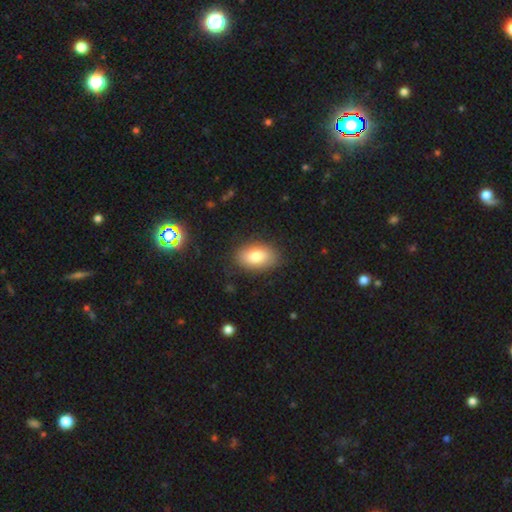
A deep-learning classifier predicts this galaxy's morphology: The model was most divided on "smooth or featured": smooth: 80%, featured or disk: 12%, star or artifact: 7%. More confident: how rounded — in between (91%); merging — none (84%).